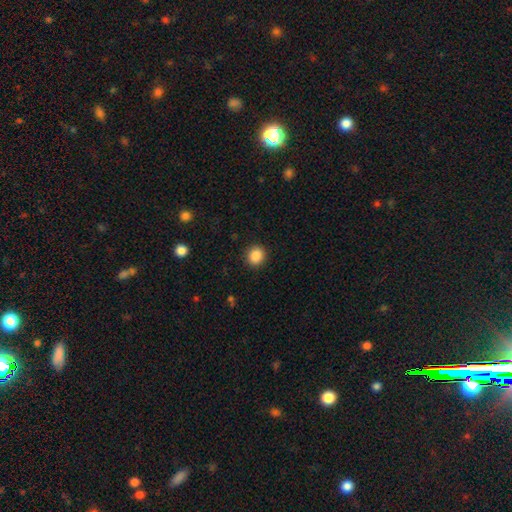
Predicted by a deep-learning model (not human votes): Q: Smooth or featured?
A: smooth (87%); runner-up: star or artifact (9%)
Q: How rounded?
A: round (78%); runner-up: in between (21%)
Q: Merging?
A: none (91%); runner-up: minor disturbance (6%)